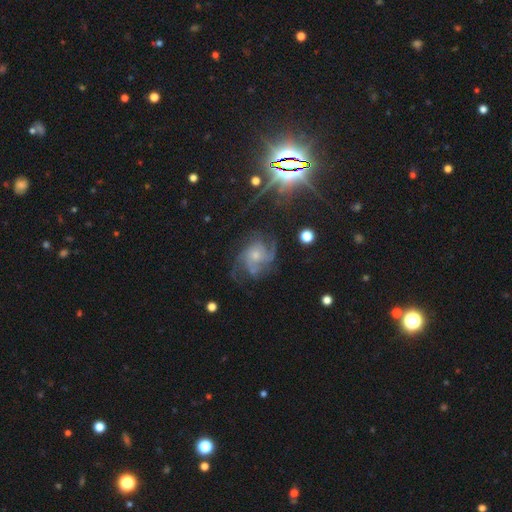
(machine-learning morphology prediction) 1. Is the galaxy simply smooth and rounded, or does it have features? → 78% featured or disk, 12% star or artifact, 10% smooth.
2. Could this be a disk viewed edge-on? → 97% no, 3% yes.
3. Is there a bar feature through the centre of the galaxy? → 79% no, 18% weak, 3% strong.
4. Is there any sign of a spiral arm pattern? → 94% yes, 6% no.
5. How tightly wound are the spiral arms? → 46% medium, 38% tight, 16% loose.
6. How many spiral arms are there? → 35% 3, 21% can't tell, 19% 4, 11% 2, 7% more than 4, 6% 1.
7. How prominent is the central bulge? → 47% small, 43% moderate, 5% none, 4% large, 1% dominant.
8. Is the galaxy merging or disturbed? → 59% none, 20% minor disturbance, 18% major disturbance, 2% merger.